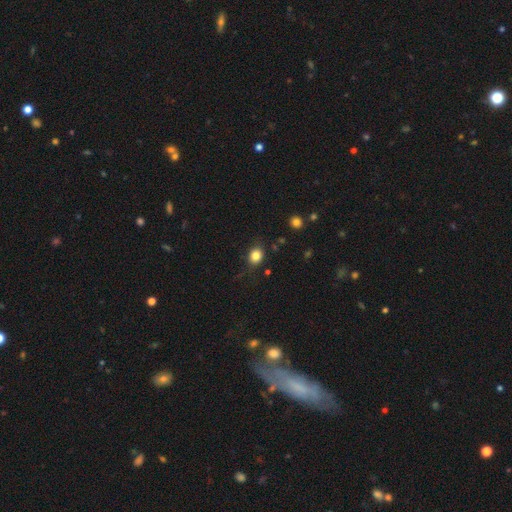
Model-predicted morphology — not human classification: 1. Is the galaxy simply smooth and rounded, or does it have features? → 83% smooth, 11% star or artifact, 6% featured or disk.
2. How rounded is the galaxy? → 62% round, 37% in between, 1% cigar-shaped.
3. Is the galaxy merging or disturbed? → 80% none, 14% minor disturbance, 4% major disturbance, 2% merger.